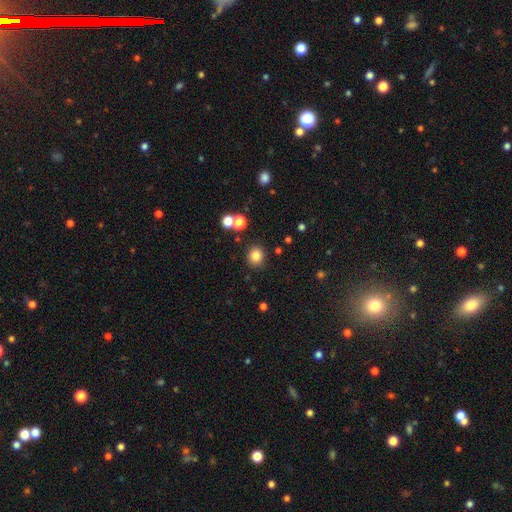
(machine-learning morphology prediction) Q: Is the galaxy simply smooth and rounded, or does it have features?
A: smooth — 82%.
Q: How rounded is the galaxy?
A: round — 87%.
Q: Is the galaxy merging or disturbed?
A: none — 87%.